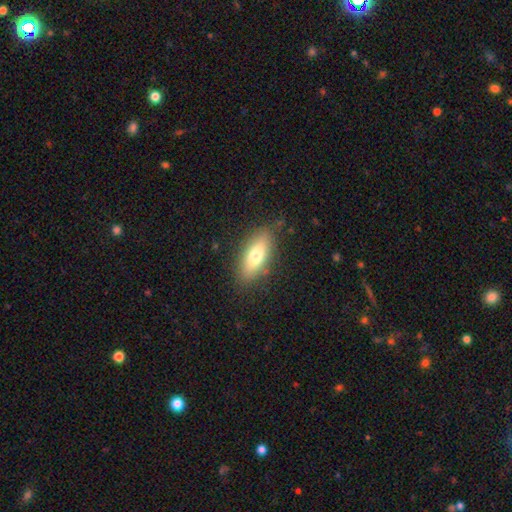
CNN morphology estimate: Overall: smooth (72%). How rounded: in between (76%). Merging: none (82%).